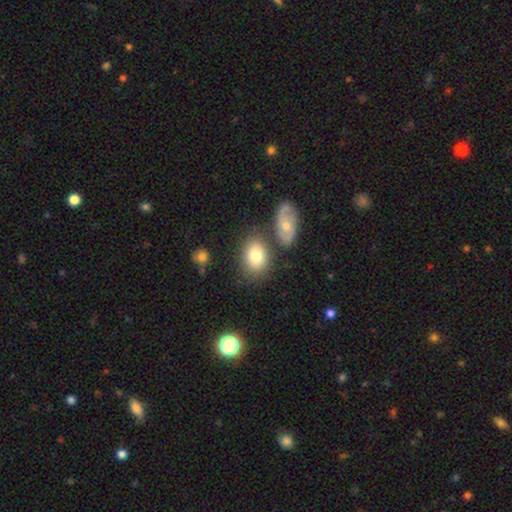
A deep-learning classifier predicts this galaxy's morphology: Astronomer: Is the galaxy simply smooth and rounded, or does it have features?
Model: smooth — 78%.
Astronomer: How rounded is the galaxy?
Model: in between — 78%.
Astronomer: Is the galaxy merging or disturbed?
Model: none — 66%.